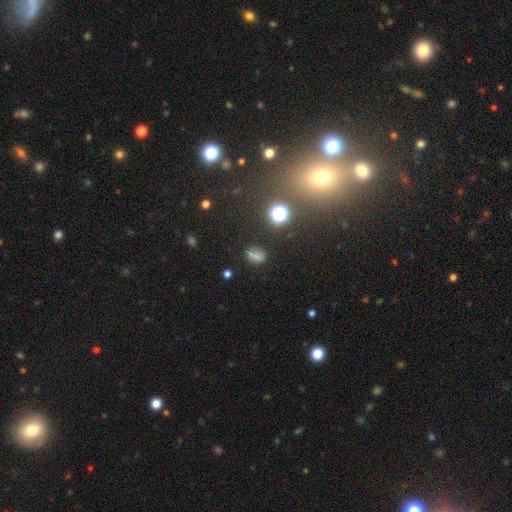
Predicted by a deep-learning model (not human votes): The model was most divided on "how rounded": in between: 62%, round: 36%, cigar-shaped: 2%. More confident: merging — none (72%); smooth or featured — smooth (65%).